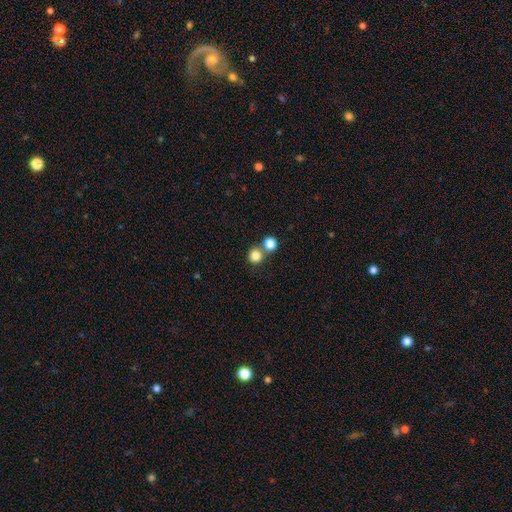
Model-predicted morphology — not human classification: smooth-or-featured: smooth: 82% | star or artifact: 13% | featured or disk: 5%
  how-rounded: round: 89% | in between: 10% | cigar-shaped: 1%
  merging: none: 63% | merger: 27% | minor disturbance: 7% | major disturbance: 3%